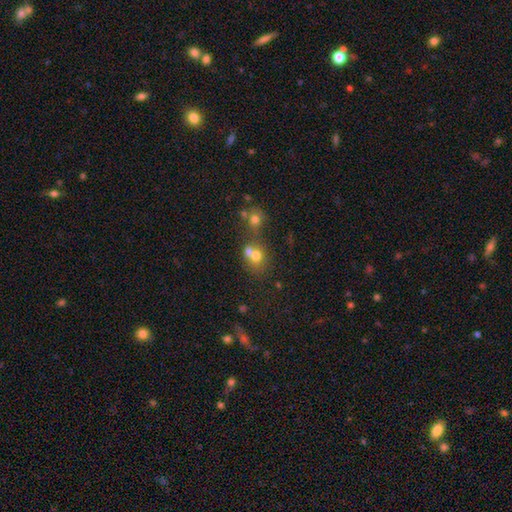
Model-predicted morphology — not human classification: Smooth or featured?
  - smooth: 68% *
  - featured or disk: 17%
  - star or artifact: 15%
How rounded?
  - round: 70% *
  - in between: 29%
  - cigar-shaped: 1%
Merging?
  - merger: 52% *
  - none: 36%
  - minor disturbance: 8%
  - major disturbance: 5%